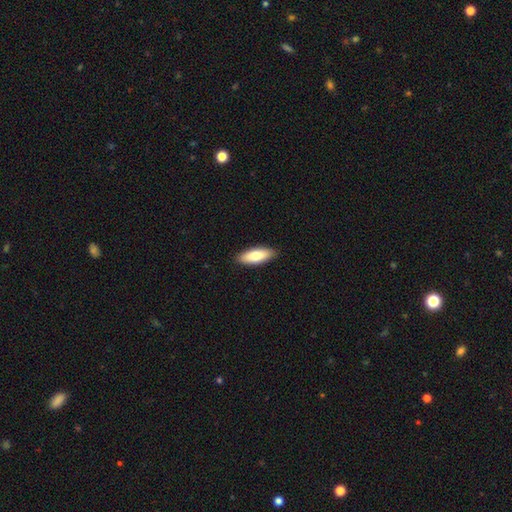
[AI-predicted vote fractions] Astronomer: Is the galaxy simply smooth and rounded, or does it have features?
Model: smooth — 79%.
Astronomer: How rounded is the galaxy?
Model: in between — 68%.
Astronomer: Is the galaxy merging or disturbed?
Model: none — 90%.